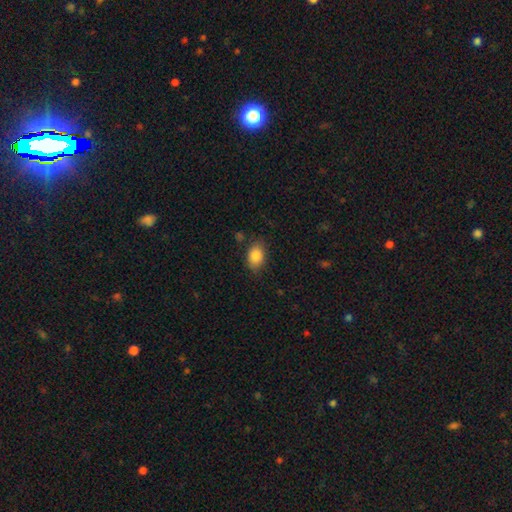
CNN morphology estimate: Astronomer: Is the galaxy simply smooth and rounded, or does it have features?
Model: smooth — 86%.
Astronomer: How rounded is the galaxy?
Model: in between — 77%.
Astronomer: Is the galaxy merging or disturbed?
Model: none — 78%.